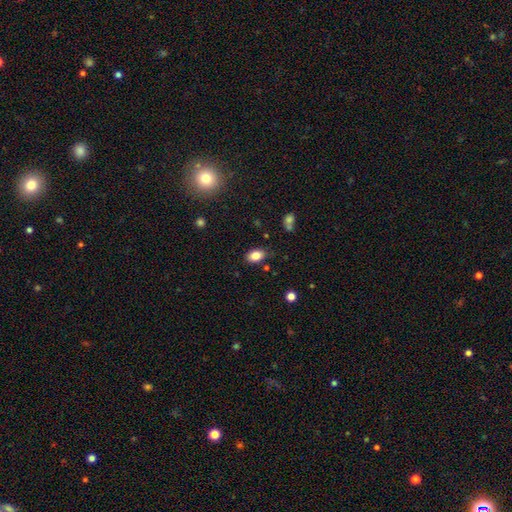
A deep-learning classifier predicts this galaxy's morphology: Smooth or featured? Predicted: smooth (p=0.84). How rounded? Predicted: in between (p=0.85). Merging? Predicted: none (p=0.82).